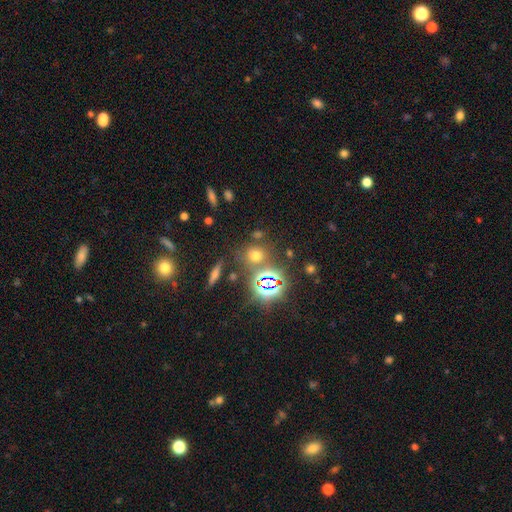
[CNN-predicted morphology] Overall: smooth (53%; star or artifact 39%). How rounded: round (75%). Merging: none (75%).